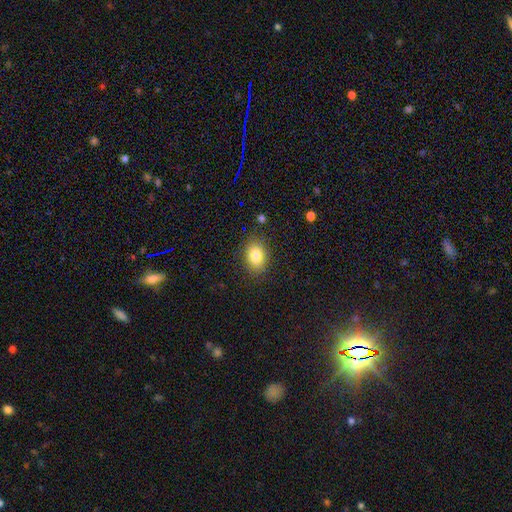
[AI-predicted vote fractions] smooth_or_featured: smooth (p=0.82) [alt: star or artifact p=0.10]
how_rounded: in between (p=0.69) [alt: round p=0.30]
merging: none (p=0.84) [alt: minor disturbance p=0.11]